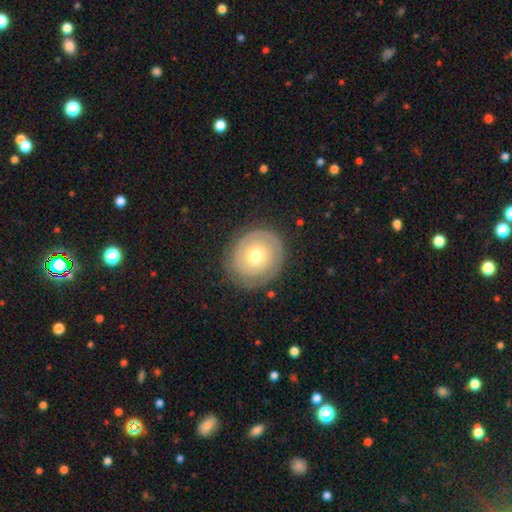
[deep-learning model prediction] Smooth or featured? Predicted: featured or disk (p=0.55). Edge-on disk? Predicted: no (p=0.97). Bar? Predicted: no (p=0.87). Spiral arms? Predicted: yes (p=0.64). Bulge size? Predicted: moderate (p=0.66). Merging? Predicted: none (p=0.82).